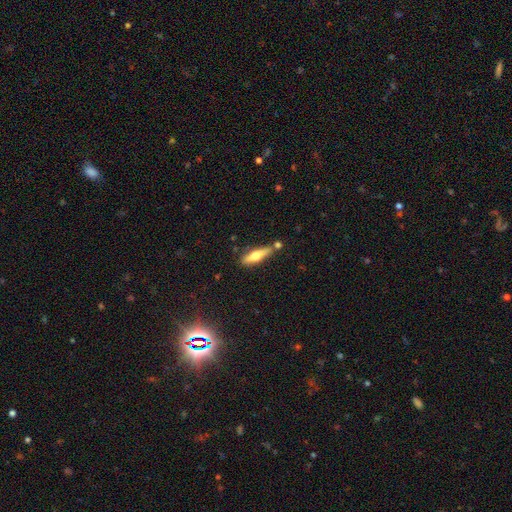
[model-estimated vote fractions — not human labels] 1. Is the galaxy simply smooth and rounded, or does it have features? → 54% smooth, 40% featured or disk, 6% star or artifact.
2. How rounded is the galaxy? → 68% cigar-shaped, 30% in between, 2% round.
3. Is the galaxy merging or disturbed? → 71% none, 15% minor disturbance, 10% merger, 4% major disturbance.